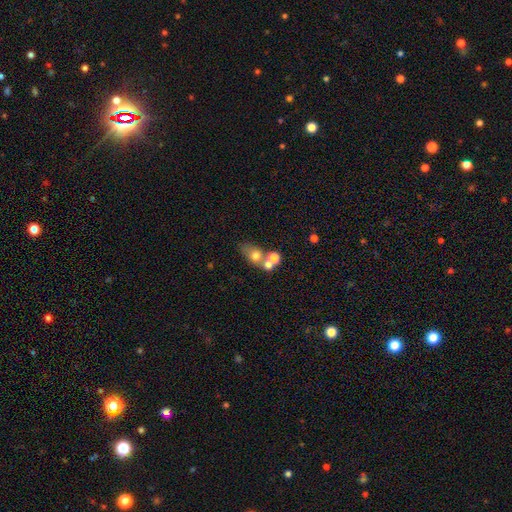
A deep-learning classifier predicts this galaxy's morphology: type=smooth (62%); roundness=in between (56%); merging=merger (53%).